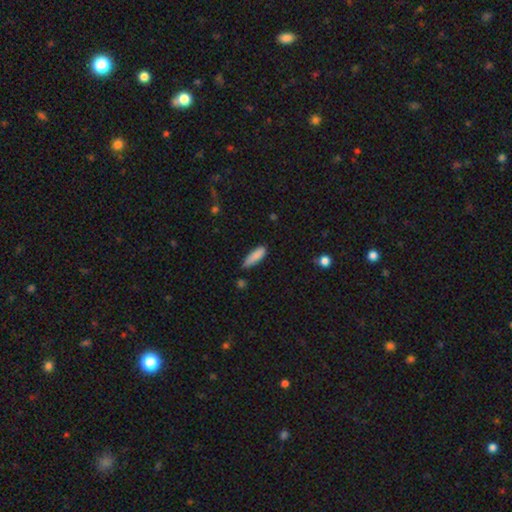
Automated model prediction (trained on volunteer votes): Smooth or featured? smooth (86%)
How rounded? cigar-shaped (57%)
Merging? none (66%)